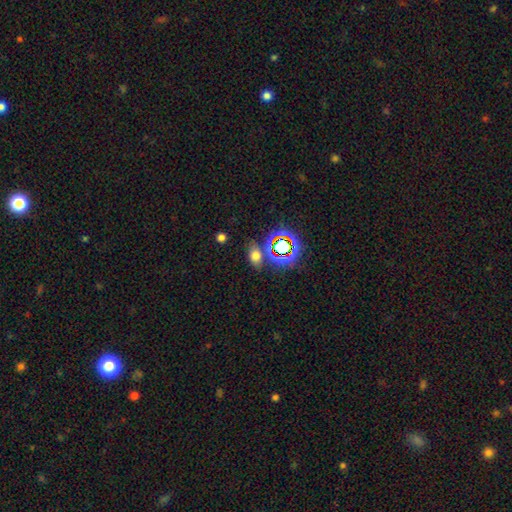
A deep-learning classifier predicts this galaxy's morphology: A smooth galaxy with no disk features (61%) that is in between round and cigar-shaped (74%).

Vote fractions:
- Smooth or featured? smooth: 61% / star or artifact: 30% / featured or disk: 10%
- How rounded? in between: 74% / round: 23% / cigar-shaped: 3%
- Merging? none: 74% / minor disturbance: 13% / merger: 8% / major disturbance: 5%